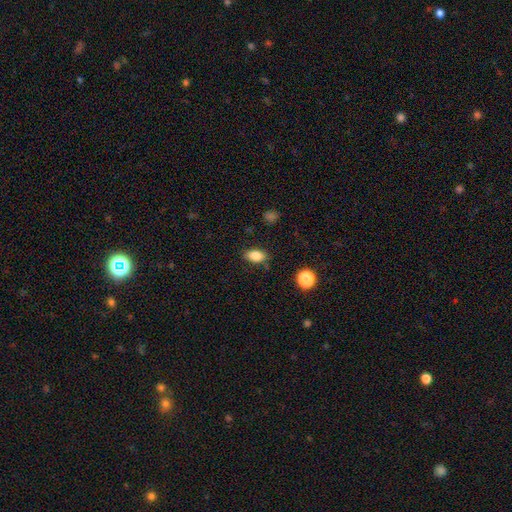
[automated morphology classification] A smooth galaxy with no disk features (84%) that is in between round and cigar-shaped (87%). Merging: none (83%).